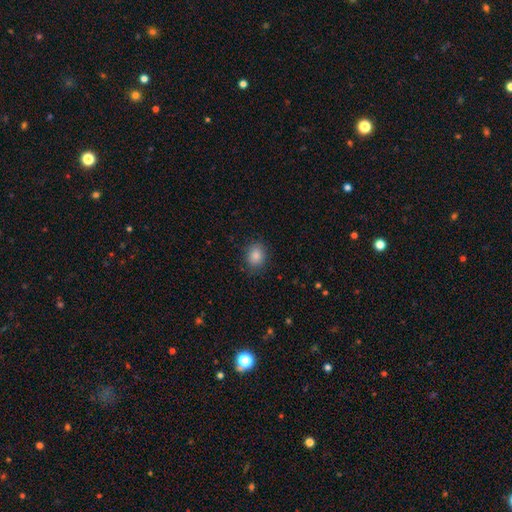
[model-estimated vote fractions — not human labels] A smooth galaxy with no disk features (86%) that is round (55%).

Vote fractions:
- Smooth or featured? smooth: 86% / star or artifact: 9% / featured or disk: 5%
- How rounded? round: 55% / in between: 44% / cigar-shaped: 1%
- Merging? none: 84% / minor disturbance: 12% / major disturbance: 3% / merger: 1%